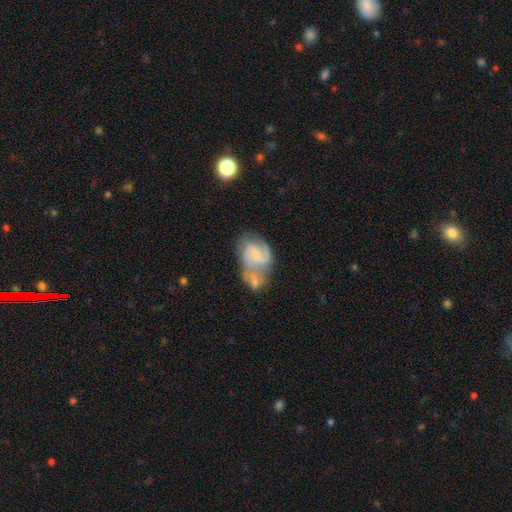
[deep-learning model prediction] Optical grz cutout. It shows a featured or disk galaxy (67%) with no bar (48%), 2 (67%) medium (47%) spiral arms (83%) and a small central bulge (54%). Merging: merger (52%).